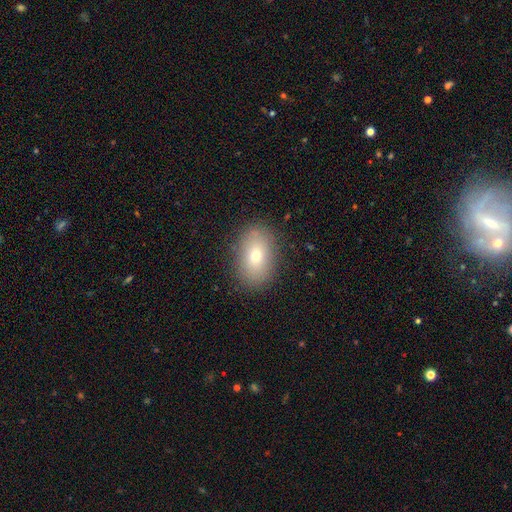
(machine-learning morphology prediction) Q: Smooth or featured?
A: smooth (73%); runner-up: featured or disk (16%)
Q: How rounded?
A: in between (83%); runner-up: round (16%)
Q: Merging?
A: none (86%); runner-up: minor disturbance (10%)